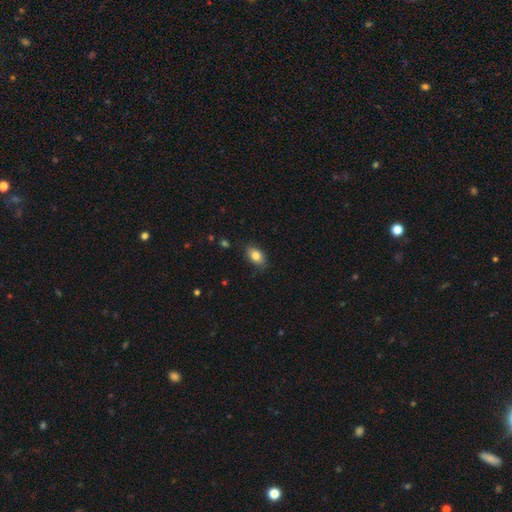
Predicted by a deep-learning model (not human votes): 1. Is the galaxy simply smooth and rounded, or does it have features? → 82% smooth, 10% featured or disk, 8% star or artifact.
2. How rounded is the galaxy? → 89% in between, 9% round, 2% cigar-shaped.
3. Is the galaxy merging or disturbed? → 83% none, 14% minor disturbance, 3% major disturbance, 1% merger.